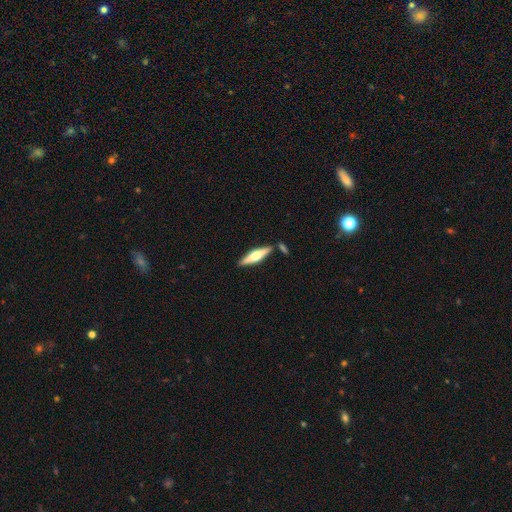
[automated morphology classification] Smooth or featured? featured or disk (62%)
Edge-on disk? yes (95%)
Edge-on bulge? rounded (91%)
Merging? none (81%)